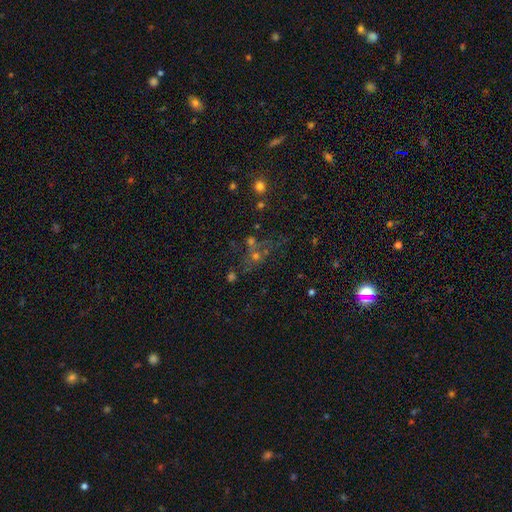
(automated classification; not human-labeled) Morphology: type=star or artifact (43%).